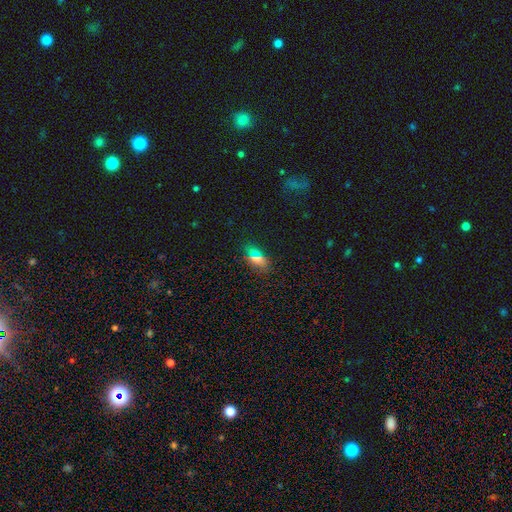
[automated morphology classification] This appears to be a smooth galaxy with no disk features (65%) that is in between round and cigar-shaped (80%). Merging: none (84%).